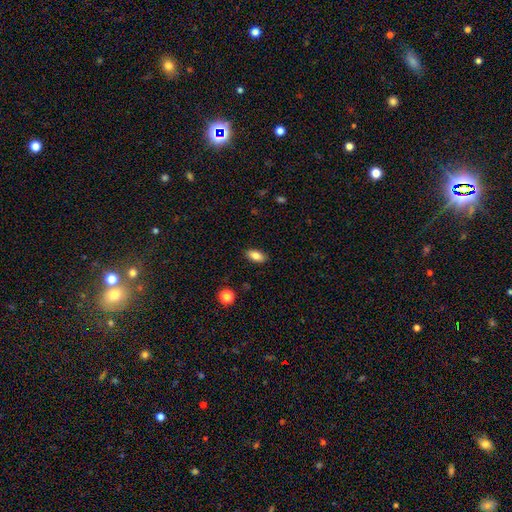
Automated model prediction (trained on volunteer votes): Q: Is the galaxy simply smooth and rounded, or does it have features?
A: smooth — 84%.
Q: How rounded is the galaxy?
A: in between — 89%.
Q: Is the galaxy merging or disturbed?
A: none — 88%.